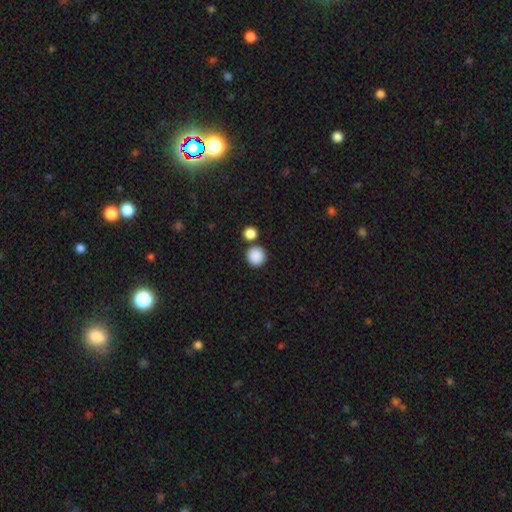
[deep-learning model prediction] Overall: smooth (88%). How rounded: round (93%). Merging: none (80%).